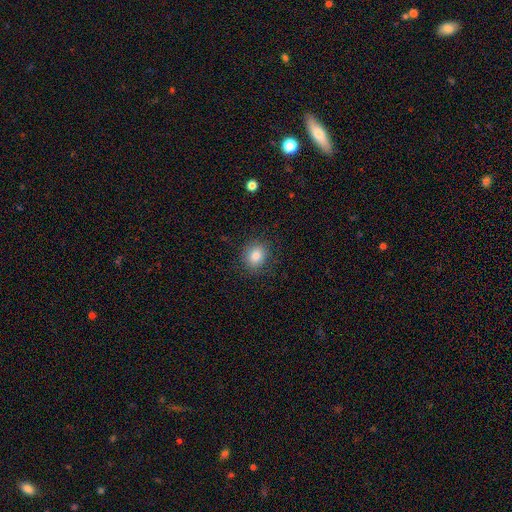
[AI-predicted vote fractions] Morphology: type=smooth (83%); roundness=round (71%); merging=none (86%).